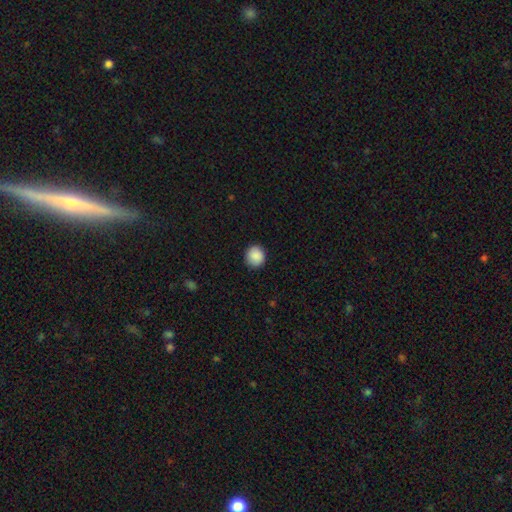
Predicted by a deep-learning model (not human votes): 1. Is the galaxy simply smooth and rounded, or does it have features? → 89% smooth, 8% star or artifact, 3% featured or disk.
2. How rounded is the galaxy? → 90% round, 9% in between, 1% cigar-shaped.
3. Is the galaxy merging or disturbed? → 91% none, 6% minor disturbance, 2% major disturbance, 1% merger.